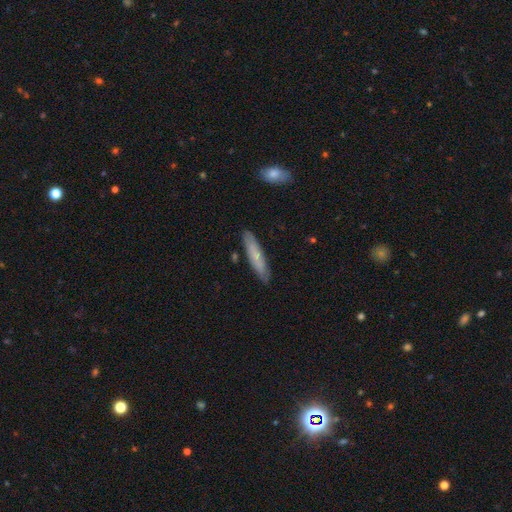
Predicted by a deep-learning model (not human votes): Q: Smooth or featured?
A: smooth (62%); runner-up: featured or disk (31%)
Q: How rounded?
A: cigar-shaped (85%); runner-up: in between (13%)
Q: Merging?
A: none (86%); runner-up: minor disturbance (10%)